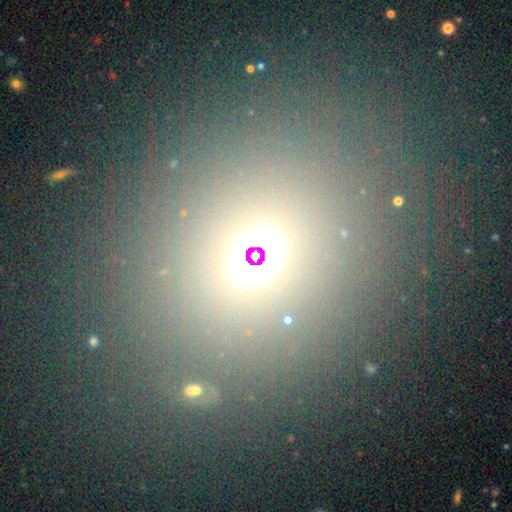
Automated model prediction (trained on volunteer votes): Overall: smooth (58%; star or artifact 30%). How rounded: round (64%; in between 34%). Merging: none (81%).